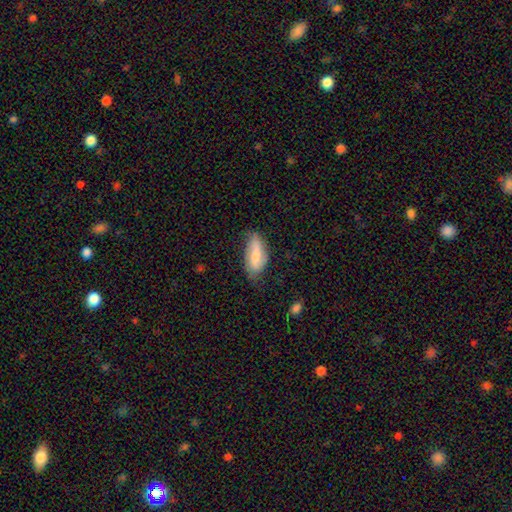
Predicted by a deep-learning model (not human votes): smooth_or_featured: smooth (p=0.61) [alt: featured or disk p=0.32]
how_rounded: in between (p=0.83) [alt: cigar-shaped p=0.15]
merging: none (p=0.62) [alt: minor disturbance p=0.29]